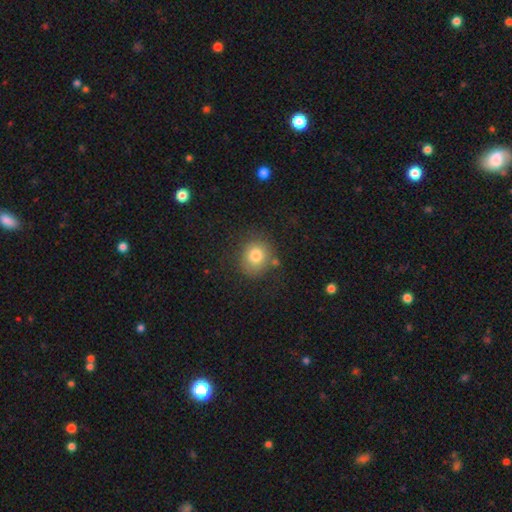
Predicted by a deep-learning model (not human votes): Smooth or featured? Predicted: smooth (p=0.78). How rounded? Predicted: round (p=0.79). Merging? Predicted: none (p=0.72).